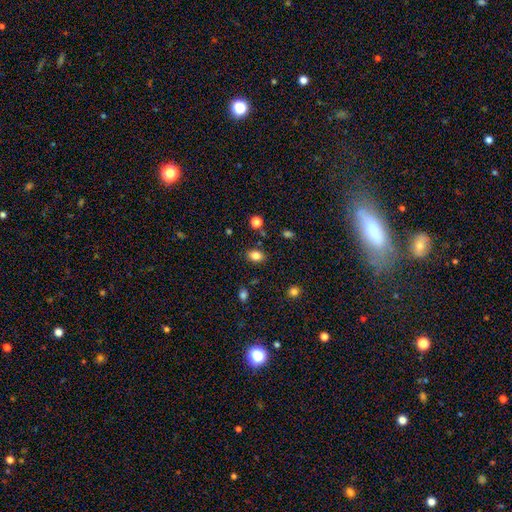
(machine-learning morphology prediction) This is clearly a smooth galaxy (83%). How rounded: likely in between (73%). Merging: clearly none (85%).